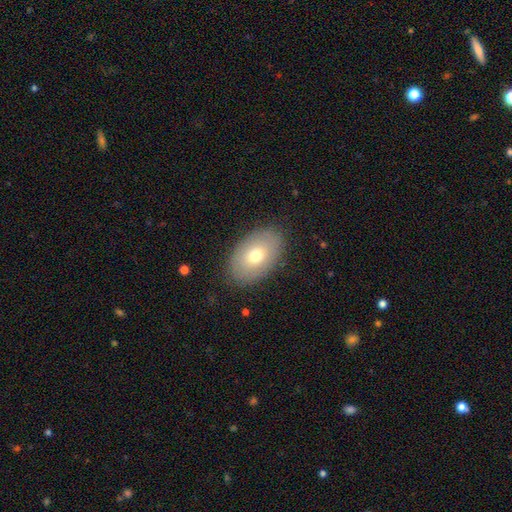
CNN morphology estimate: The model was most divided on "smooth or featured": smooth: 69%, featured or disk: 23%, star or artifact: 8%. More confident: how rounded — in between (90%); merging — none (85%).